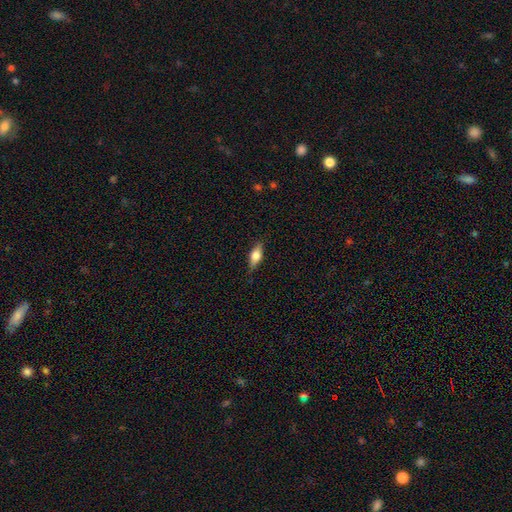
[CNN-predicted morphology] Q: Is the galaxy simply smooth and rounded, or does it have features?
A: smooth — 58%.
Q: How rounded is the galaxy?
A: in between — 70%.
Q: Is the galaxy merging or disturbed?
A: none — 82%.